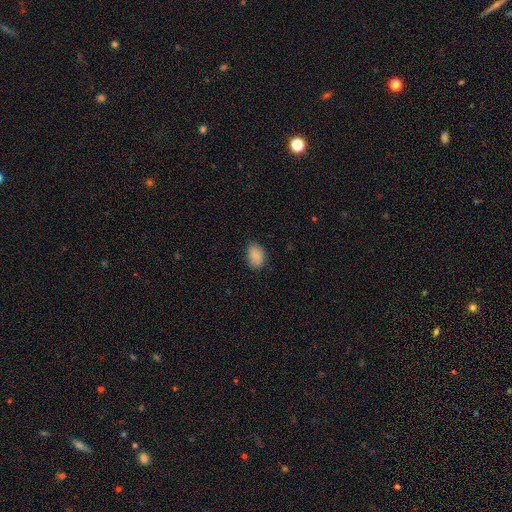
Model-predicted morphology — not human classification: A smooth galaxy with no disk features (86%) that is in between round and cigar-shaped (83%).

Vote fractions:
- Smooth or featured? smooth: 86% / star or artifact: 7% / featured or disk: 7%
- How rounded? in between: 83% / round: 16% / cigar-shaped: 1%
- Merging? none: 76% / minor disturbance: 20% / major disturbance: 3% / merger: 1%